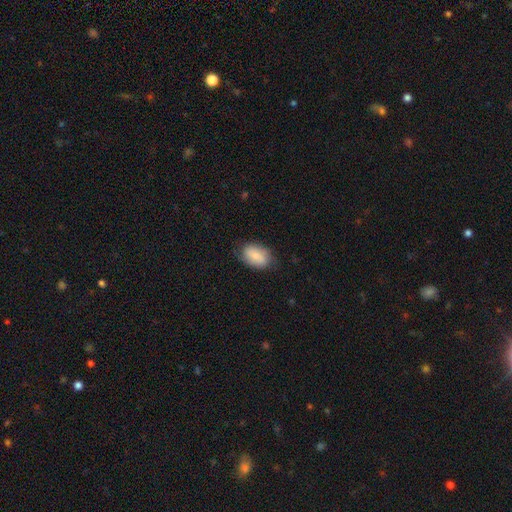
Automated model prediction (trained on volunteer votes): Smooth or featured? smooth (78%)
How rounded? in between (90%)
Merging? none (75%)